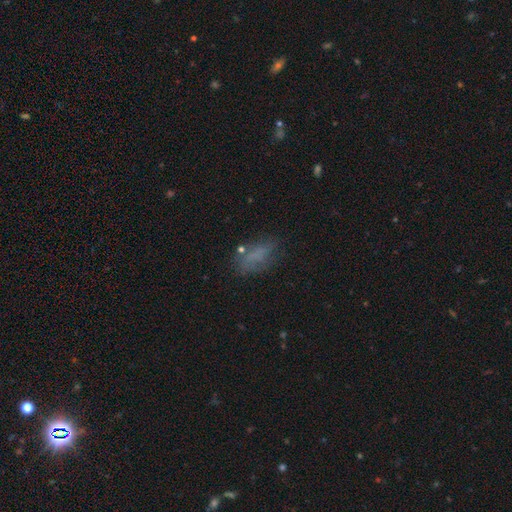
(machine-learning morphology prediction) Q: Smooth or featured?
A: smooth (61%); runner-up: featured or disk (22%)
Q: How rounded?
A: in between (79%); runner-up: cigar-shaped (15%)
Q: Merging?
A: none (60%); runner-up: minor disturbance (22%)